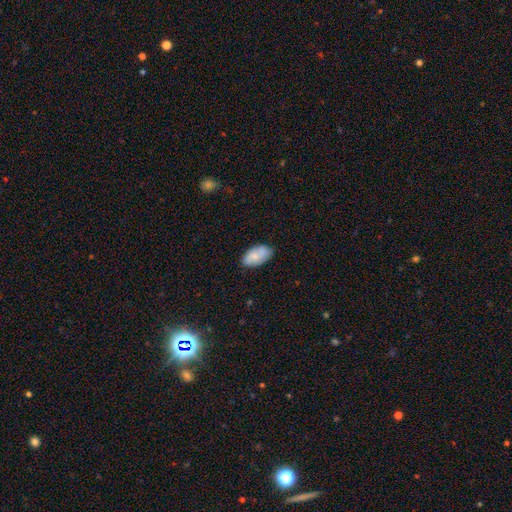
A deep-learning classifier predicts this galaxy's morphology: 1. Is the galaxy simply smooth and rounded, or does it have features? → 73% smooth, 20% featured or disk, 7% star or artifact.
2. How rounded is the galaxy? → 94% in between, 4% round, 2% cigar-shaped.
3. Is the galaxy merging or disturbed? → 78% none, 17% minor disturbance, 3% major disturbance, 2% merger.